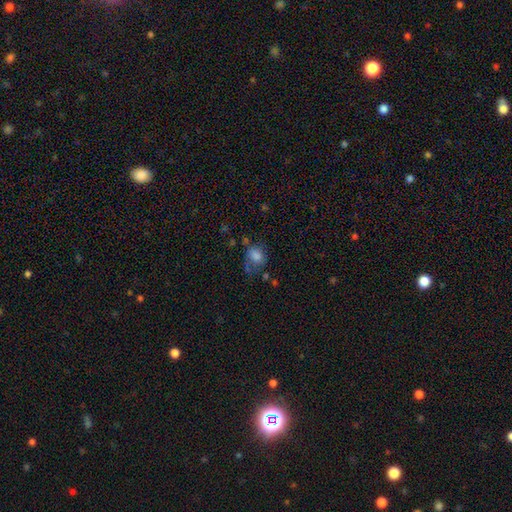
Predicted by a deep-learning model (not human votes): Morphology: type=smooth (68%); roundness=in between (59%); merging=none (37%).